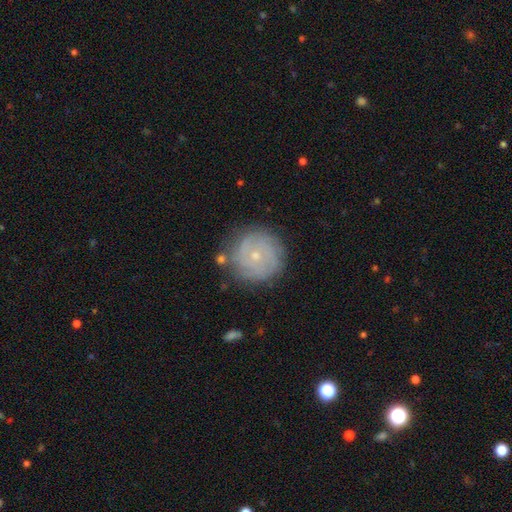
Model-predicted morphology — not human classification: The model was most divided on "spiral arm count": can't tell: 38%, 3: 20%, 2: 19%, 4: 11%, more than 4: 6%, 1: 6%. More confident: edge-on disk — no (98%); spiral arms — yes (88%); bar — no (80%); merging — none (80%); bulge size — small (76%); spiral winding — tight (73%); smooth or featured — featured or disk (69%).